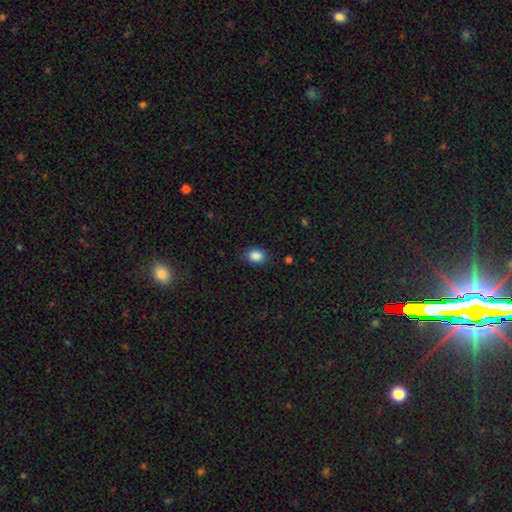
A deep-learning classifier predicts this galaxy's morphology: type=smooth (88%); roundness=in between (62%); merging=none (82%).